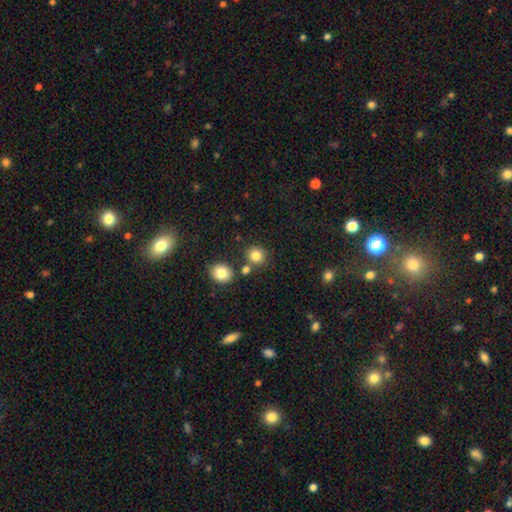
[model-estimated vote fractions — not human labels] smooth 82%, star or artifact 12%, featured or disk 6%. Down the decision tree: how rounded — round (84%); merging — none (76%).